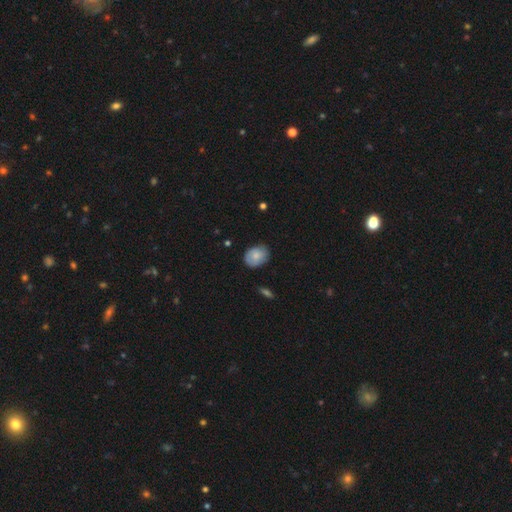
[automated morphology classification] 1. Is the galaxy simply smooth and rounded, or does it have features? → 77% smooth, 16% featured or disk, 7% star or artifact.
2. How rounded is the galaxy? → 65% in between, 34% round, 1% cigar-shaped.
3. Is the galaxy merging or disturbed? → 75% none, 21% minor disturbance, 3% major disturbance, 1% merger.